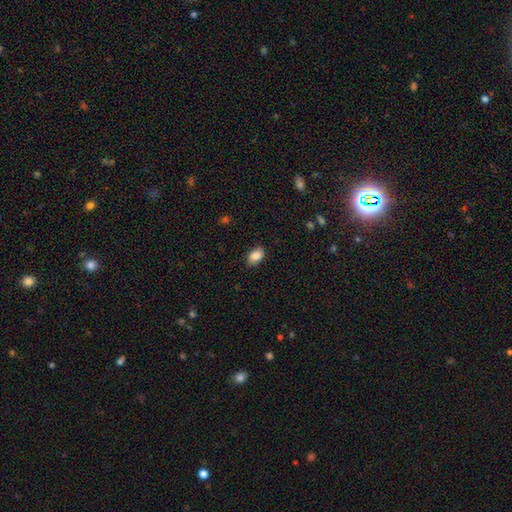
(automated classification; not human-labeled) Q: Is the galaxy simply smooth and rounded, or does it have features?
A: smooth — 87%.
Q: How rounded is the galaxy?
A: in between — 87%.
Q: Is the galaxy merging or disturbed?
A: none — 85%.